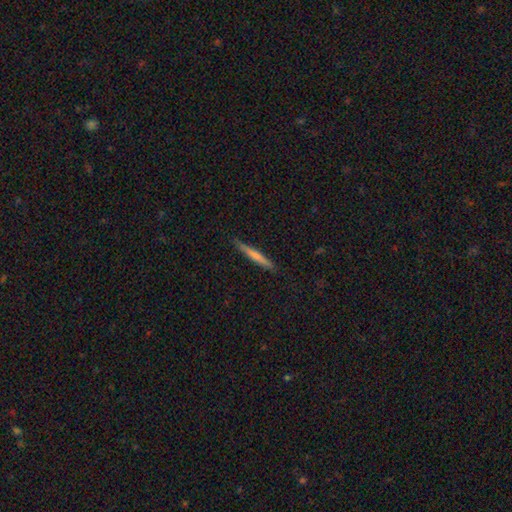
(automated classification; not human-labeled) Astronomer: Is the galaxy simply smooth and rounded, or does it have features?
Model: smooth — 63%.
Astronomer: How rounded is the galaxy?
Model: cigar-shaped — 96%.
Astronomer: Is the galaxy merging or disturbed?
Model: none — 88%.